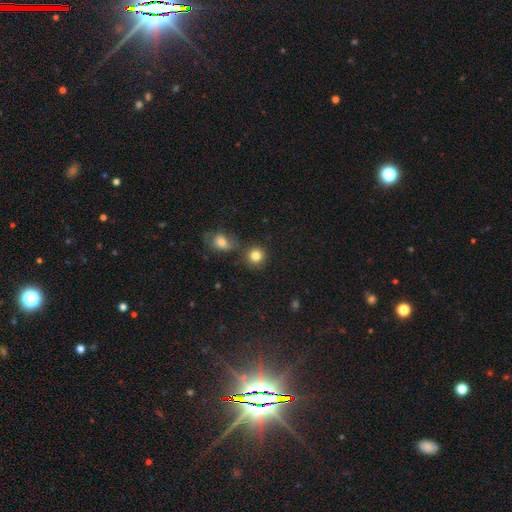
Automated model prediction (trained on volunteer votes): A smooth galaxy with no disk features (83%) that is round (89%). Merging: none (75%).